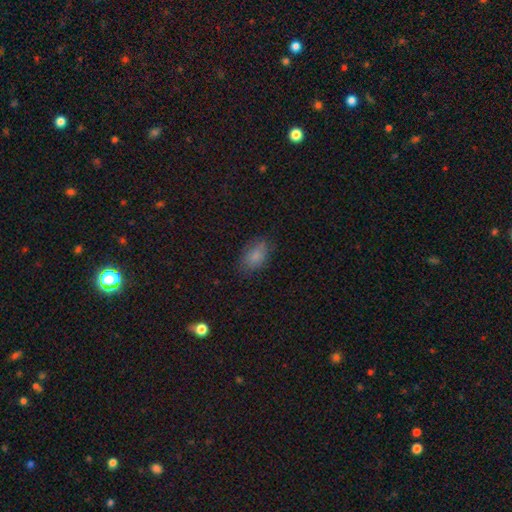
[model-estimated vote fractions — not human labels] smooth-or-featured: smooth: 82% | star or artifact: 9% | featured or disk: 8%
  how-rounded: in between: 89% | round: 9% | cigar-shaped: 2%
  merging: none: 75% | minor disturbance: 19% | major disturbance: 5% | merger: 1%